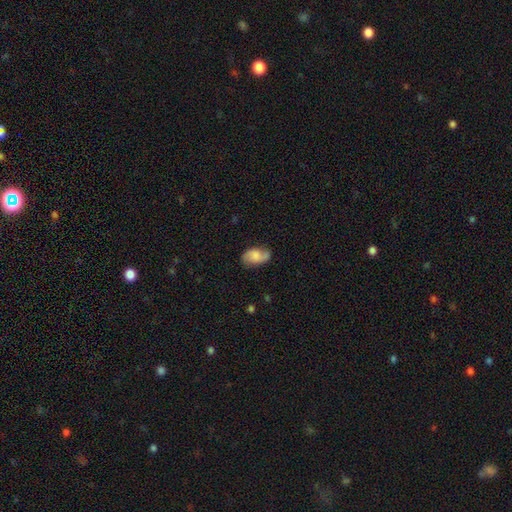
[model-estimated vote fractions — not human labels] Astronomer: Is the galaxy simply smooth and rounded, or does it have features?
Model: smooth — 52% (runner-up: featured or disk, 39%).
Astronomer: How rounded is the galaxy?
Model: in between — 91%.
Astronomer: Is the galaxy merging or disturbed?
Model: none — 69%.